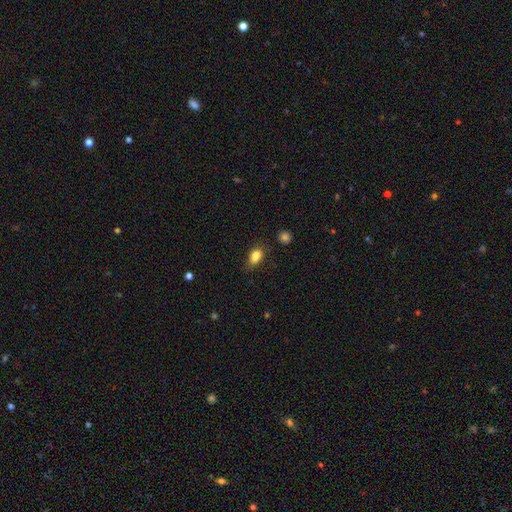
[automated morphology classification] This is clearly a smooth galaxy (84%). How rounded: clearly in between (83%). Merging: likely none (66%).